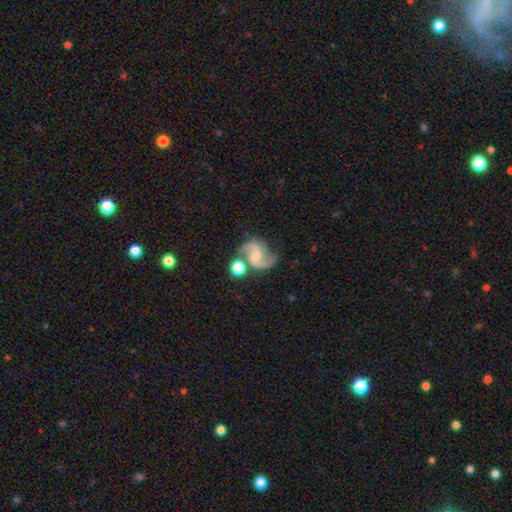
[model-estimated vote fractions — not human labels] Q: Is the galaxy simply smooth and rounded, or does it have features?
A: featured or disk — 88%.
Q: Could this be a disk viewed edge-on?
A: no — 98%.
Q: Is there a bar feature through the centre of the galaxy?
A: no — 48%.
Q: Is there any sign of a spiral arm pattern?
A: yes — 98%.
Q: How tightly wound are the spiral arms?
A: medium — 50%.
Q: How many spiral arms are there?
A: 2 — 93%.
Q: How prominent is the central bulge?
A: small — 50%.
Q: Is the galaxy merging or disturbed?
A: none — 63%.